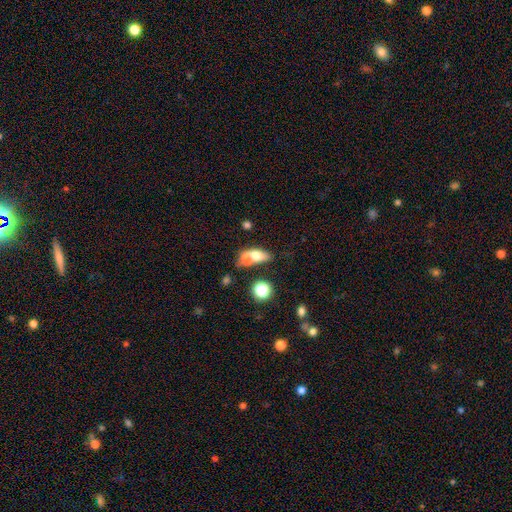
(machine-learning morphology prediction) Smooth or featured? smooth (66%)
How rounded? in between (65%)
Merging? merger (57%)